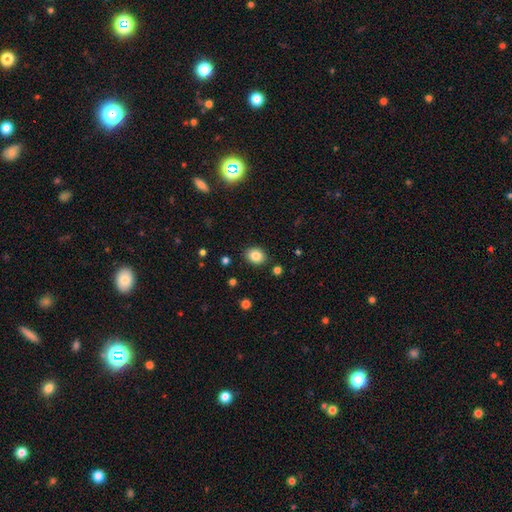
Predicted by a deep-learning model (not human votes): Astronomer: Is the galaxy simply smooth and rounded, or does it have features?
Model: smooth — 84%.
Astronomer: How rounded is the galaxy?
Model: in between — 51% (runner-up: round, 48%).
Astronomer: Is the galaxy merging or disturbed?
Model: none — 88%.